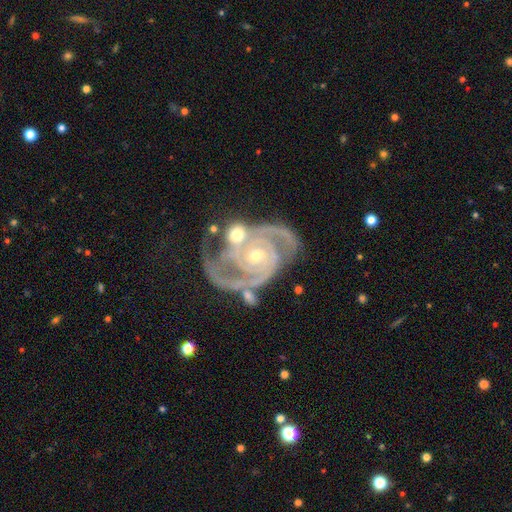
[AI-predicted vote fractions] Smooth or featured? featured or disk (93%)
Edge-on disk? no (98%)
Bar? no (67%)
Spiral arms? yes (98%)
Spiral winding? tight (59%)
Spiral arm count? 2 (61%)
Bulge size? small (69%)
Merging? none (45%)